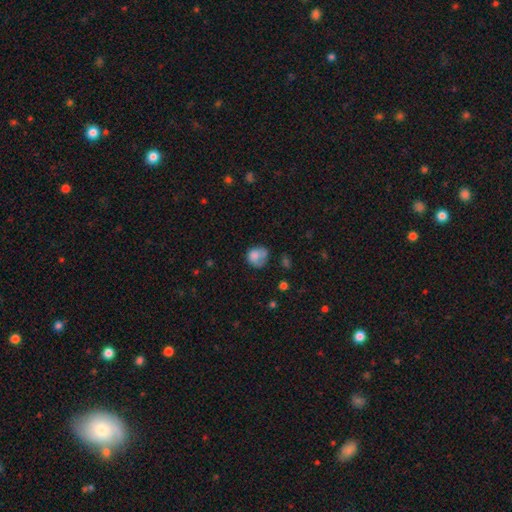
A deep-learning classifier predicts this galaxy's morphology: smooth-or-featured: smooth: 73% | featured or disk: 17% | star or artifact: 10%
  how-rounded: round: 67% | in between: 32% | cigar-shaped: 1%
  merging: none: 39% | minor disturbance: 29% | major disturbance: 20% | merger: 13%